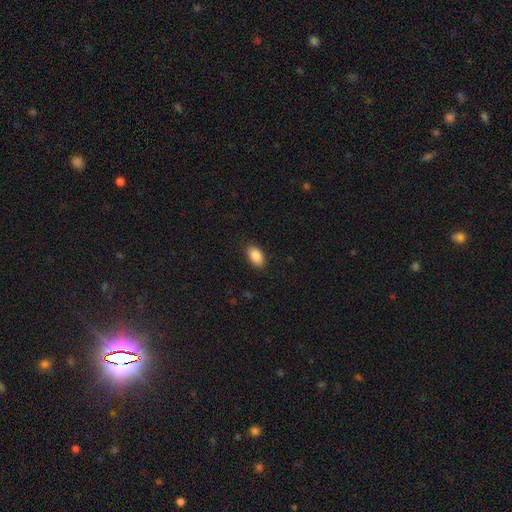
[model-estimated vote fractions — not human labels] A smooth galaxy with no disk features (89%) that is in between round and cigar-shaped (92%).

Vote fractions:
- Smooth or featured? smooth: 89% / star or artifact: 7% / featured or disk: 4%
- How rounded? in between: 92% / round: 6% / cigar-shaped: 2%
- Merging? none: 87% / minor disturbance: 10% / major disturbance: 2% / merger: 1%